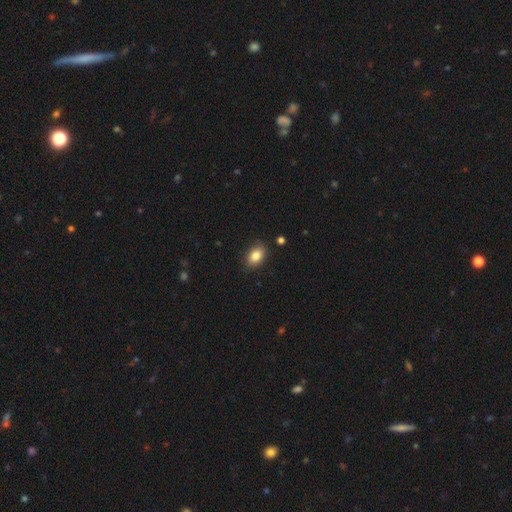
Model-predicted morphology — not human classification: smooth_or_featured: smooth (p=0.85) [alt: star or artifact p=0.08]
how_rounded: in between (p=0.85) [alt: round p=0.14]
merging: none (p=0.86) [alt: minor disturbance p=0.10]